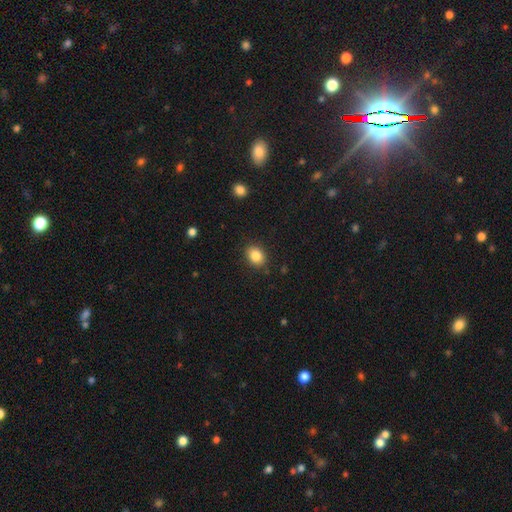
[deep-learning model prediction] Smooth or featured?
  - smooth: 85% *
  - star or artifact: 9%
  - featured or disk: 6%
How rounded?
  - in between: 63% *
  - round: 36%
  - cigar-shaped: 1%
Merging?
  - none: 86% *
  - minor disturbance: 10%
  - major disturbance: 3%
  - merger: 1%